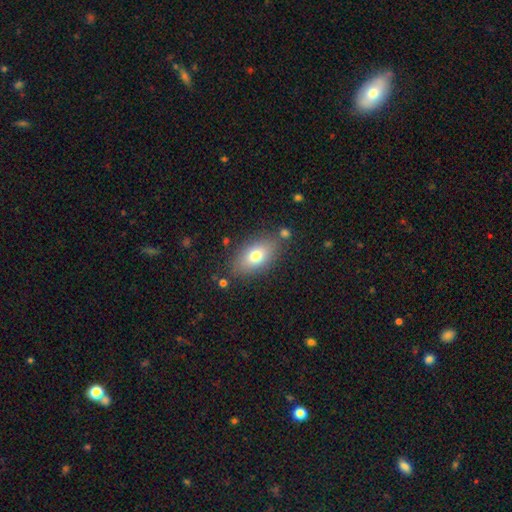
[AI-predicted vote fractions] Smooth or featured? smooth (74%)
How rounded? in between (87%)
Merging? none (79%)